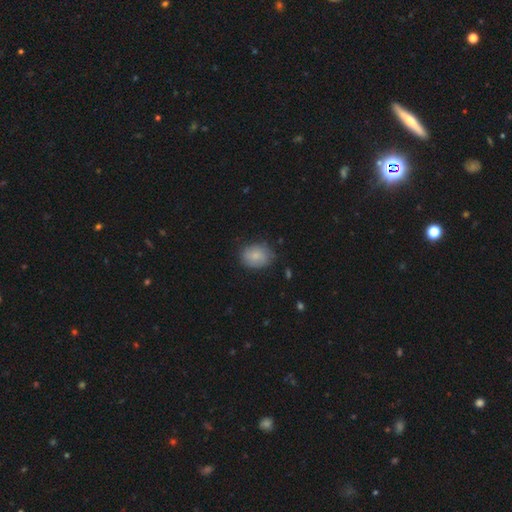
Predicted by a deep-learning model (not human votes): Smooth or featured? Predicted: smooth (p=0.81). How rounded? Predicted: in between (p=0.52). Merging? Predicted: none (p=0.75).